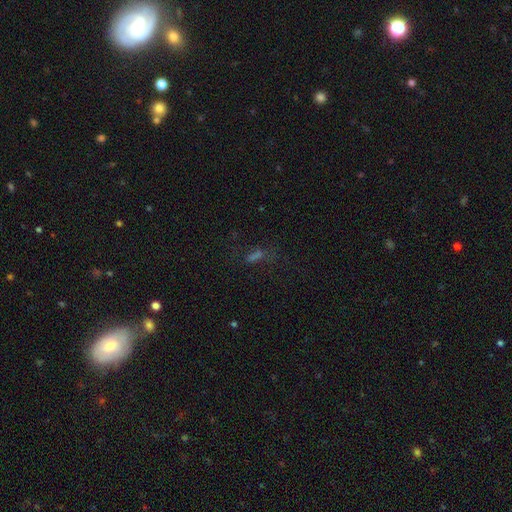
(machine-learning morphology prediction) Smooth or featured: smooth — 46% (star or artifact — 34%)
Merging: none — 56% (major disturbance — 19%)